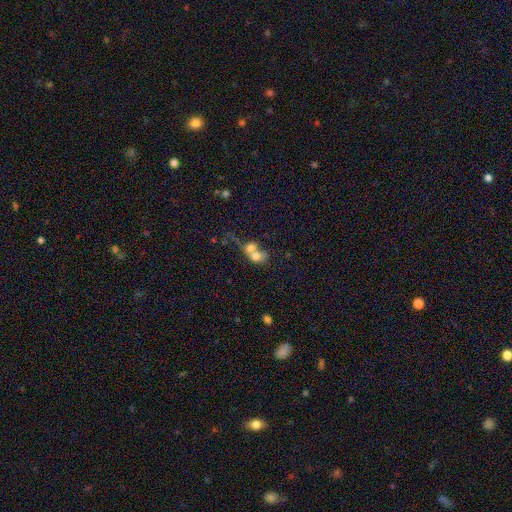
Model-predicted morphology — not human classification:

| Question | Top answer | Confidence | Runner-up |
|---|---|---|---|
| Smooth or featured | smooth | 68% | featured or disk (22%) |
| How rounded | round | 55% | in between (44%) |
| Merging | merger | 75% | none (15%) |